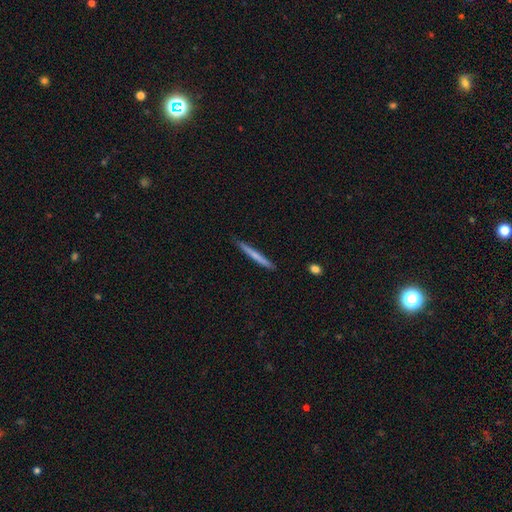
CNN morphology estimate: The model was most divided on "smooth or featured": smooth: 60%, featured or disk: 35%, star or artifact: 5%. More confident: how rounded — cigar-shaped (97%); merging — none (87%).